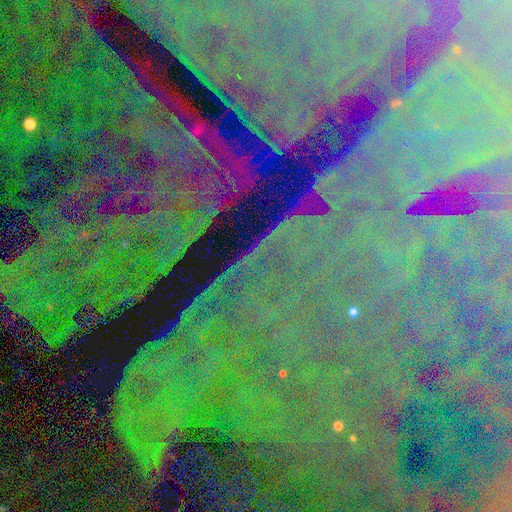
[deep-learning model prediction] A star or artifact, not a galaxy (86%).

Vote fractions:
- Smooth or featured? star or artifact: 86% / featured or disk: 8% / smooth: 6%